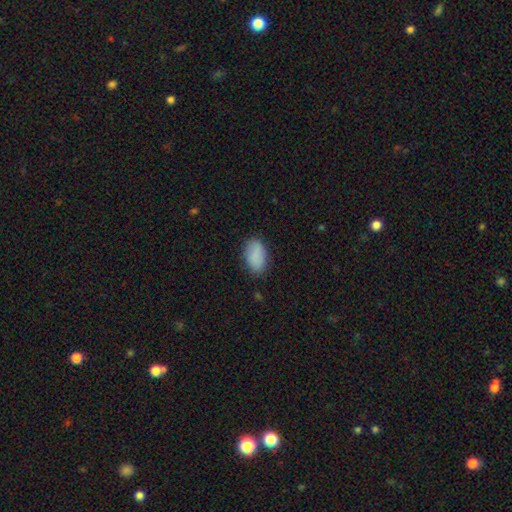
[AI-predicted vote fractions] Q: Smooth or featured?
A: smooth (87%); runner-up: star or artifact (7%)
Q: How rounded?
A: in between (92%); runner-up: round (6%)
Q: Merging?
A: none (81%); runner-up: minor disturbance (15%)